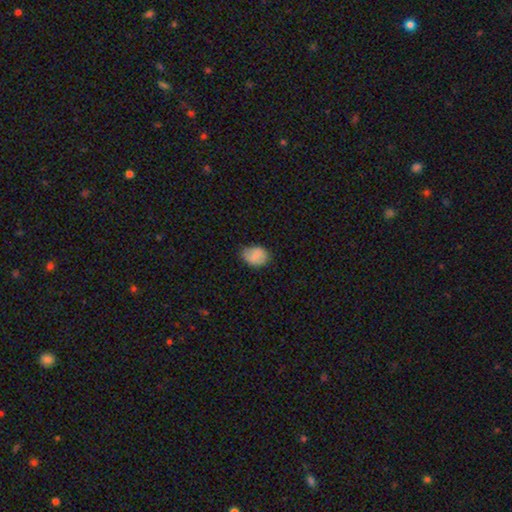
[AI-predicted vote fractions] Smooth or featured? Predicted: smooth (p=0.79). How rounded? Predicted: in between (p=0.66). Merging? Predicted: none (p=0.70).